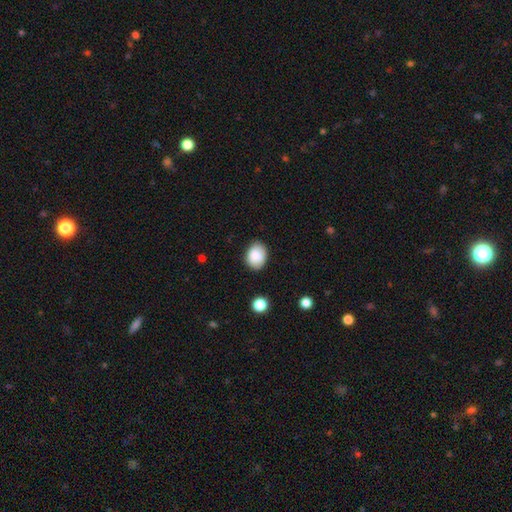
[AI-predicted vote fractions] smooth 87%, star or artifact 8%, featured or disk 5%. Down the decision tree: how rounded — in between (67%); merging — none (80%).